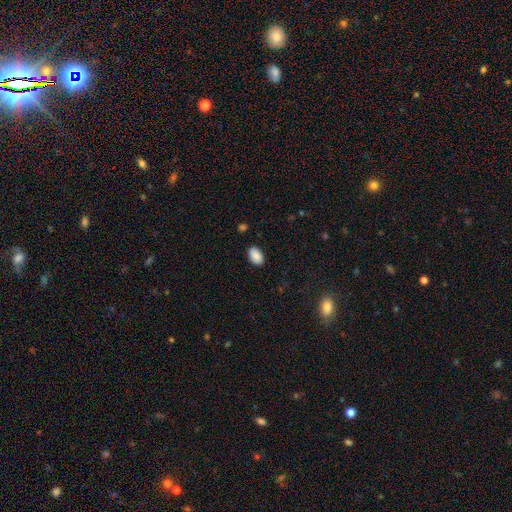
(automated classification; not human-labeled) This appears to be a smooth galaxy with no disk features (90%) that is in between round and cigar-shaped (91%). Merging: none (88%).